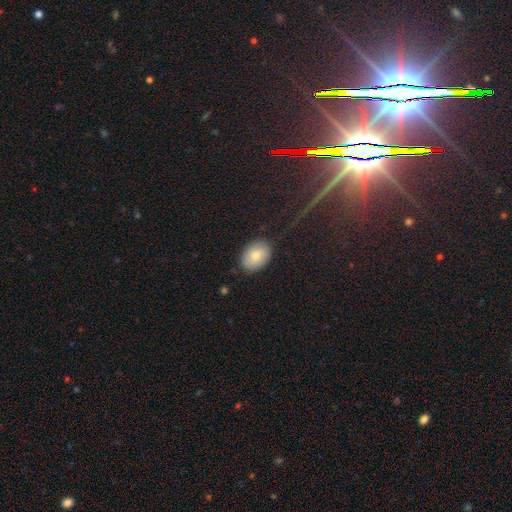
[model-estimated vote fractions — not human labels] Smooth or featured?
  - smooth: 79% *
  - featured or disk: 14%
  - star or artifact: 7%
How rounded?
  - in between: 76% *
  - round: 23%
  - cigar-shaped: 1%
Merging?
  - none: 83% *
  - minor disturbance: 13%
  - major disturbance: 3%
  - merger: 1%